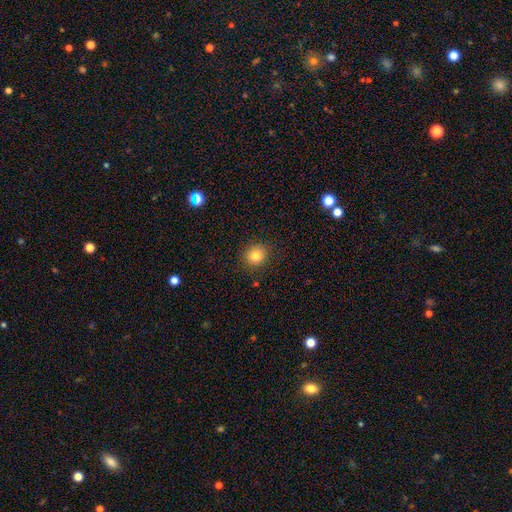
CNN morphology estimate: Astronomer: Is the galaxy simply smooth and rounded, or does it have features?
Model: smooth — 81%.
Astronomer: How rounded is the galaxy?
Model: round — 86%.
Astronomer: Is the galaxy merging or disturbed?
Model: none — 90%.